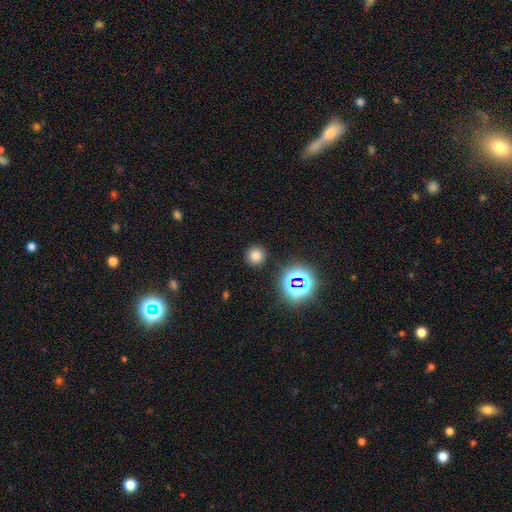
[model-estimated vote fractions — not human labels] The model was most divided on "smooth or featured": smooth: 73%, star or artifact: 21%, featured or disk: 6%. More confident: how rounded — round (94%); merging — none (89%).